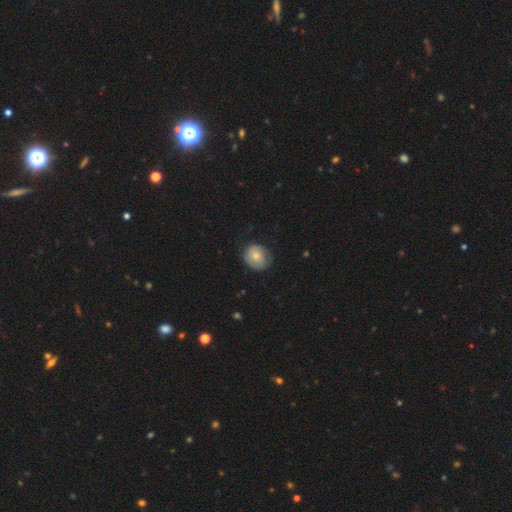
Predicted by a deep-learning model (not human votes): smooth 67%, featured or disk 27%, star or artifact 7%. Down the decision tree: how rounded — round (78%); merging — none (68%).